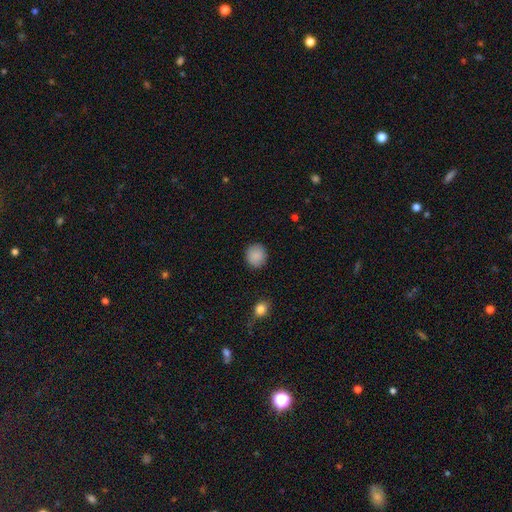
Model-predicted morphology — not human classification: smooth_or_featured: smooth (p=0.89) [alt: star or artifact p=0.08]
how_rounded: round (p=0.88) [alt: in between p=0.11]
merging: none (p=0.90) [alt: minor disturbance p=0.07]